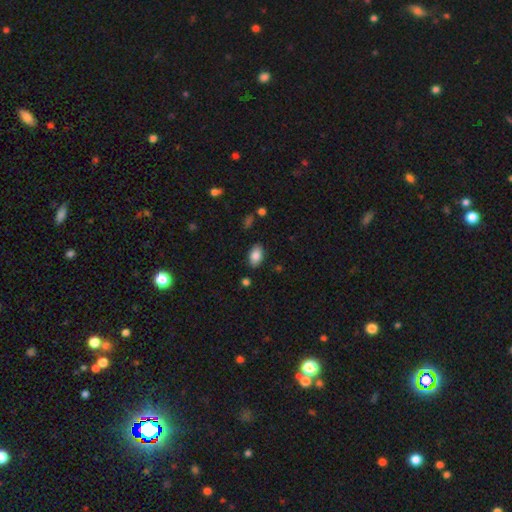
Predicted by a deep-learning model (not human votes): This is clearly a smooth galaxy (85%). How rounded: clearly in between (92%). Merging: clearly none (85%).